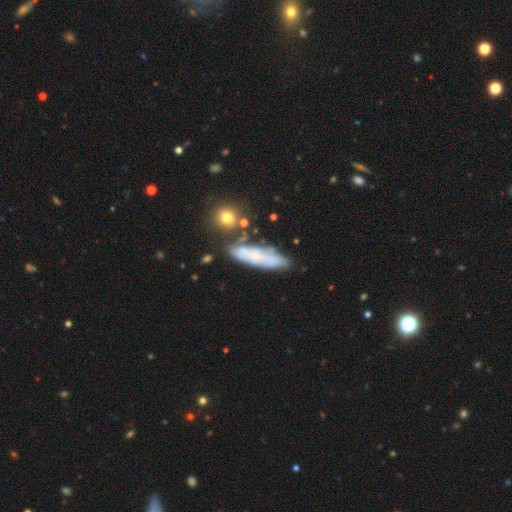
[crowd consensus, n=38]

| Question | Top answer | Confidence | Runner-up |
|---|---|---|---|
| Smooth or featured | featured or disk | 53% | smooth (39%) |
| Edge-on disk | yes | 70% | no (30%) |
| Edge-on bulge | none | 57% | rounded (43%) |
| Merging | none | 66% | minor disturbance (20%) |